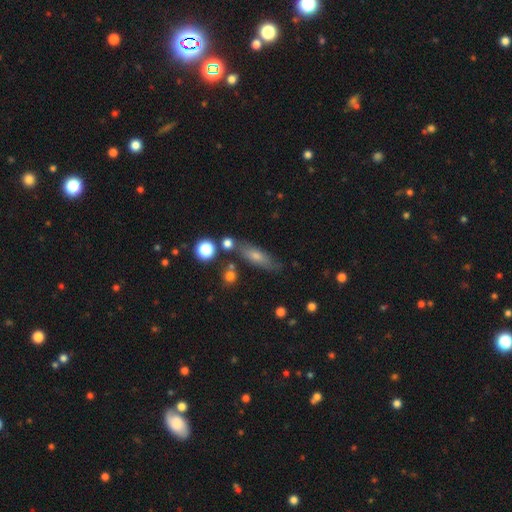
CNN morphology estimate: smooth 57%, featured or disk 31%, star or artifact 12%. Down the decision tree: how rounded — cigar-shaped (52%); merging — none (73%).